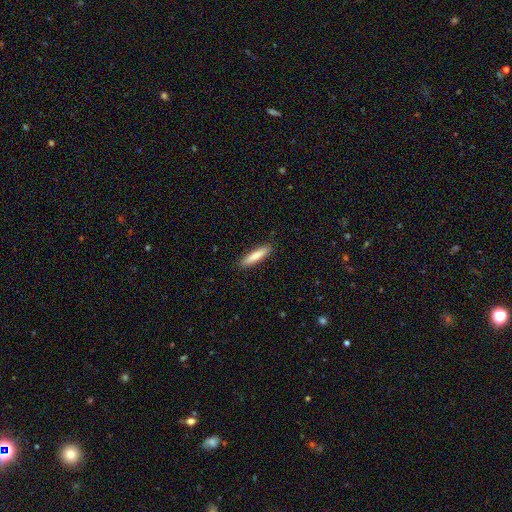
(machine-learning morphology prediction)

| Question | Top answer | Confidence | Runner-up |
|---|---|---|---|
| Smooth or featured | smooth | 82% | featured or disk (13%) |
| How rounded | cigar-shaped | 85% | in between (14%) |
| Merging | none | 90% | minor disturbance (7%) |